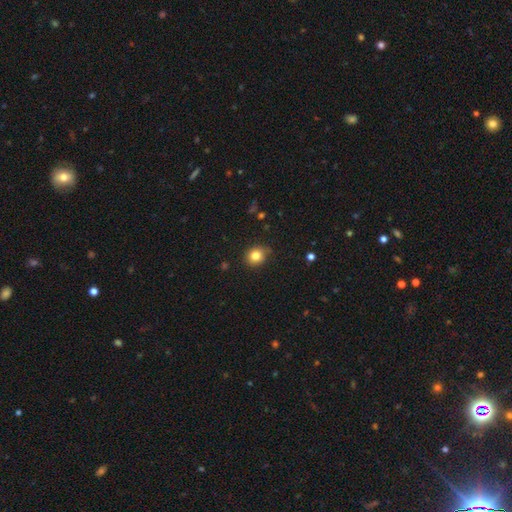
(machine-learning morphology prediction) smooth_or_featured: smooth (p=0.82) [alt: star or artifact p=0.11]
how_rounded: round (p=0.80) [alt: in between p=0.19]
merging: none (p=0.82) [alt: minor disturbance p=0.14]